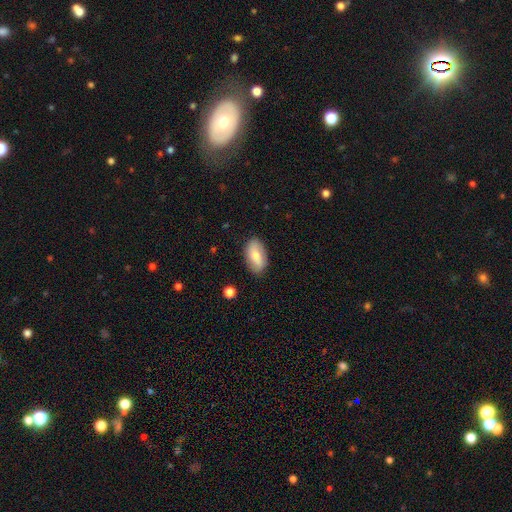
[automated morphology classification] This appears to be a smooth galaxy with no disk features (70%) that is in between round and cigar-shaped (93%). Merging: none (83%).